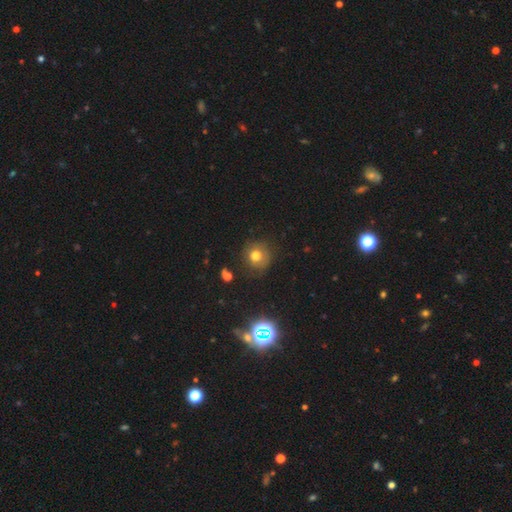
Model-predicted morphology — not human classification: A smooth galaxy with no disk features (72%) that is round (88%).

Vote fractions:
- Smooth or featured? smooth: 72% / star or artifact: 16% / featured or disk: 11%
- How rounded? round: 88% / in between: 11% / cigar-shaped: 1%
- Merging? none: 78% / minor disturbance: 15% / major disturbance: 5% / merger: 2%